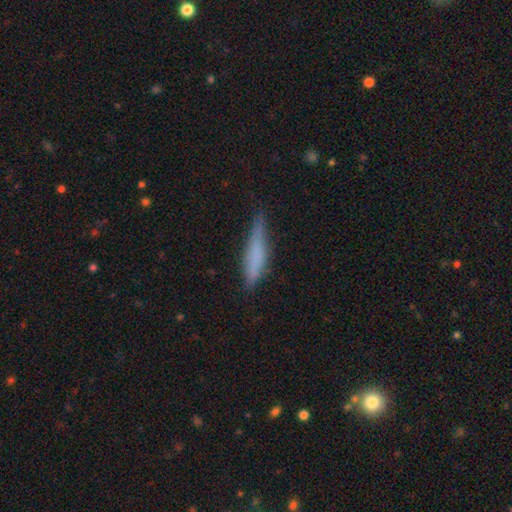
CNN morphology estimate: Smooth or featured?
  - smooth: 67% *
  - featured or disk: 26%
  - star or artifact: 8%
How rounded?
  - cigar-shaped: 86% *
  - in between: 13%
  - round: 2%
Merging?
  - none: 65% *
  - minor disturbance: 27%
  - major disturbance: 6%
  - merger: 2%